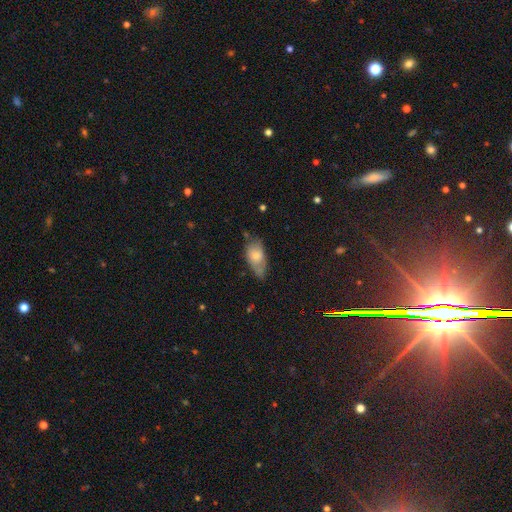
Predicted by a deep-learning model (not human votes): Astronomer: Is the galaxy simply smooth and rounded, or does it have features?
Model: smooth — 63%.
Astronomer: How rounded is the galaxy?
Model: in between — 86%.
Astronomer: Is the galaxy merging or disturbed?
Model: none — 46% (runner-up: minor disturbance, 39%).